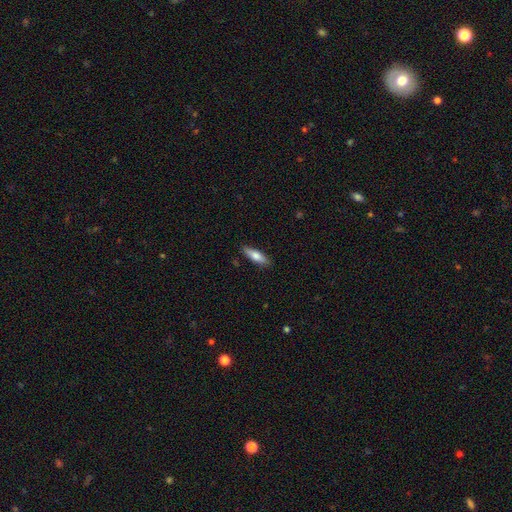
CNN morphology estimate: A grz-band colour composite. It shows a smooth galaxy with no disk features (69%) that is cigar-shaped (57%). Merging: none (87%).